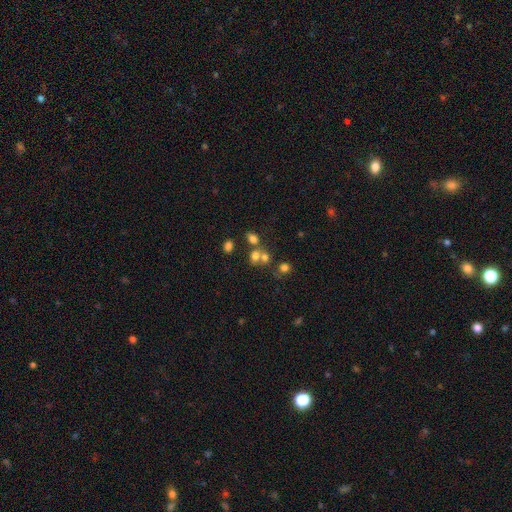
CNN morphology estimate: A smooth galaxy with no disk features (67%) that is round (56%).

Vote fractions:
- Smooth or featured? smooth: 67% / star or artifact: 18% / featured or disk: 15%
- How rounded? round: 56% / in between: 43% / cigar-shaped: 1%
- Merging? merger: 44% / none: 40% / minor disturbance: 9% / major disturbance: 6%